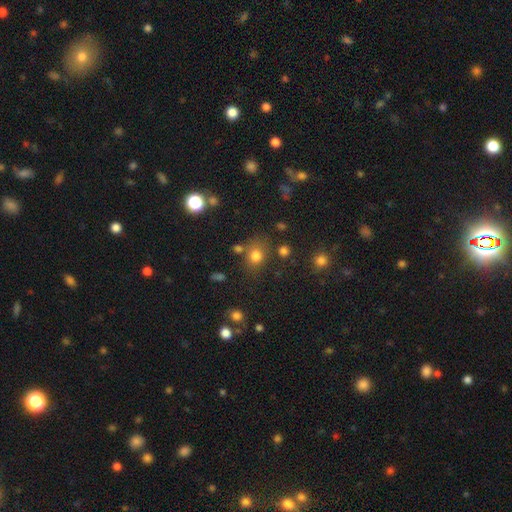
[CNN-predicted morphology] Smooth or featured? smooth (77%)
How rounded? round (67%)
Merging? none (69%)